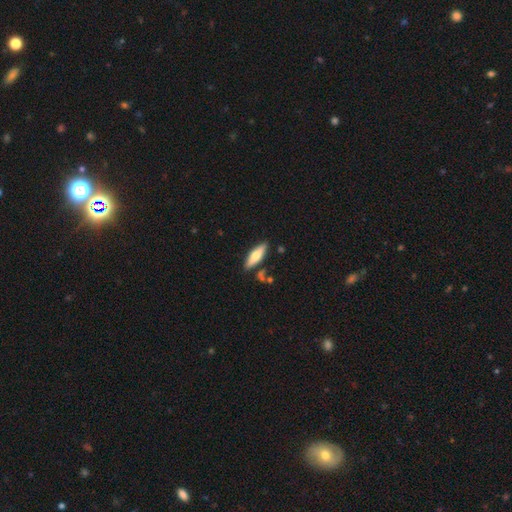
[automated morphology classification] Smooth or featured? smooth (61%)
How rounded? cigar-shaped (53%)
Merging? none (80%)